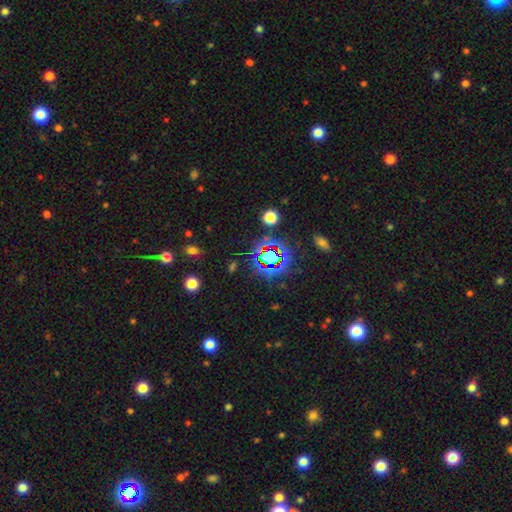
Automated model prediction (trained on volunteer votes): smooth-or-featured: star or artifact: 74% | smooth: 16% | featured or disk: 10%